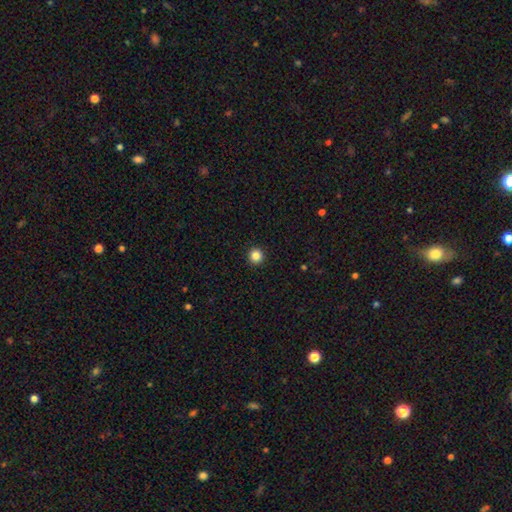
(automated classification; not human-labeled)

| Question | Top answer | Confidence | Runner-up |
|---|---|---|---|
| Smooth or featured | smooth | 85% | star or artifact (12%) |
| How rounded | round | 96% | in between (3%) |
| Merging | none | 94% | minor disturbance (4%) |